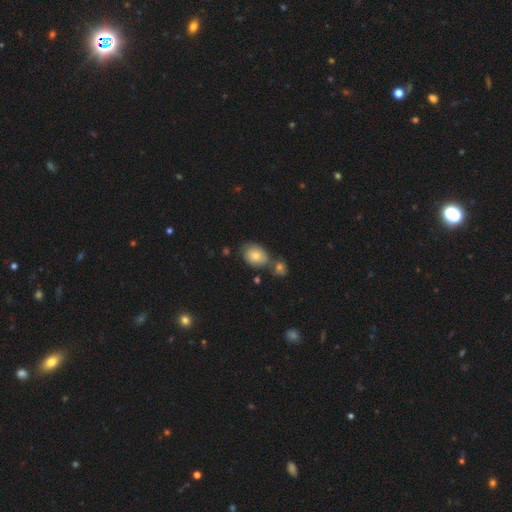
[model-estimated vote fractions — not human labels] Smooth or featured? smooth (76%)
How rounded? in between (68%)
Merging? none (53%)